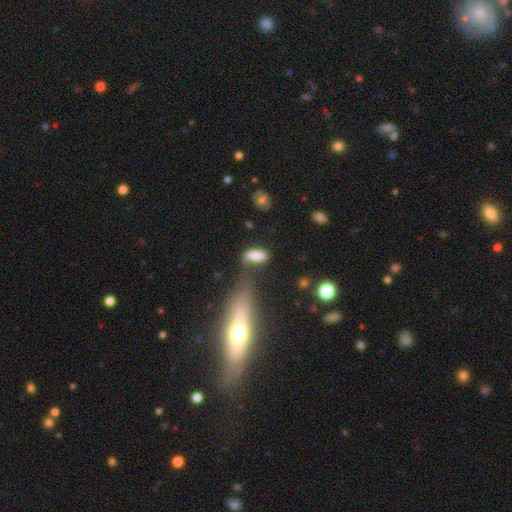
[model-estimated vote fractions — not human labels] Smooth or featured? Predicted: smooth (p=0.79). How rounded? Predicted: in between (p=0.70). Merging? Predicted: none (p=0.52).